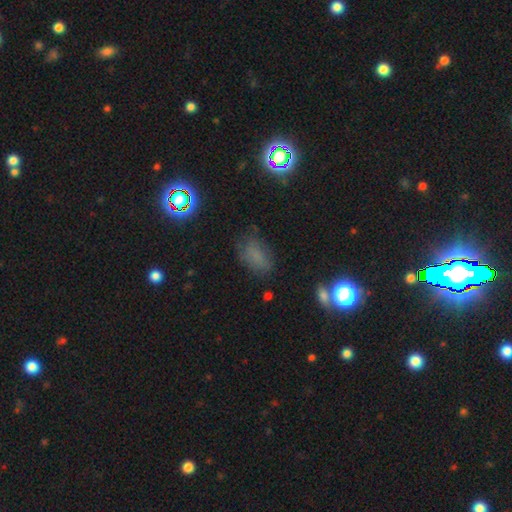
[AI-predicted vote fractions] smooth_or_featured: smooth (p=0.67) [alt: star or artifact p=0.21]
how_rounded: in between (p=0.84) [alt: round p=0.12]
merging: none (p=0.67) [alt: minor disturbance p=0.21]